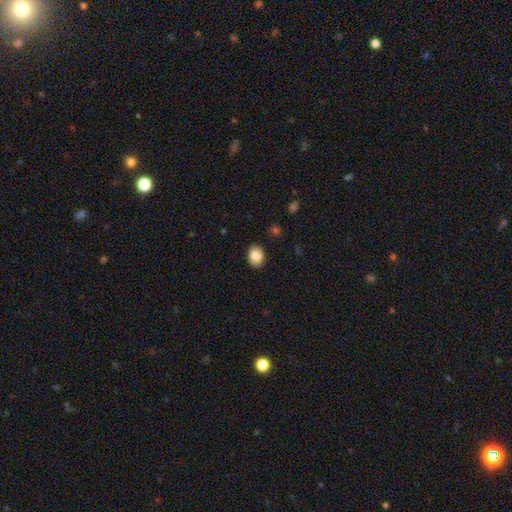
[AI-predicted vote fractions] Smooth or featured? Predicted: smooth (p=0.84). How rounded? Predicted: in between (p=0.71). Merging? Predicted: none (p=0.87).